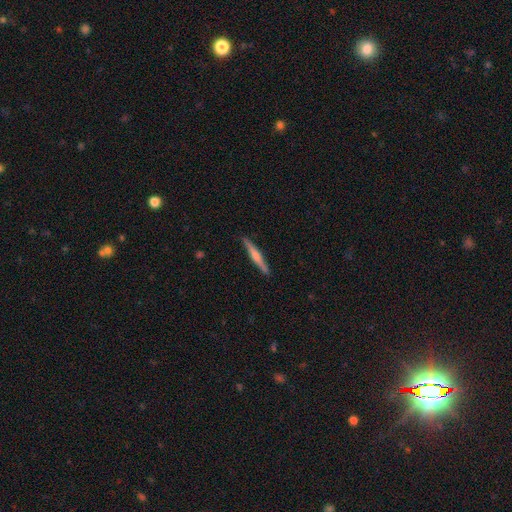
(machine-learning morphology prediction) smooth-or-featured: featured or disk: 57% | smooth: 38% | star or artifact: 5%
  disk-edge-on: yes: 98% | no: 2%
    edge-on-bulge: rounded: 62% | boxy: 21% | none: 17%
  merging: none: 91% | minor disturbance: 7% | major disturbance: 1% | merger: 1%